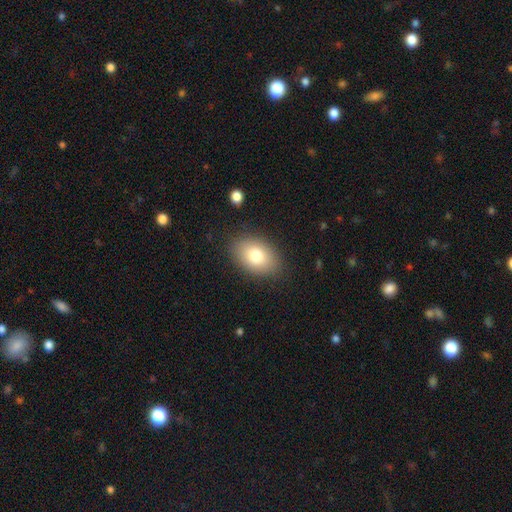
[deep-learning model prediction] The model was most divided on "smooth or featured": smooth: 79%, featured or disk: 13%, star or artifact: 8%. More confident: how rounded — in between (87%); merging — none (86%).